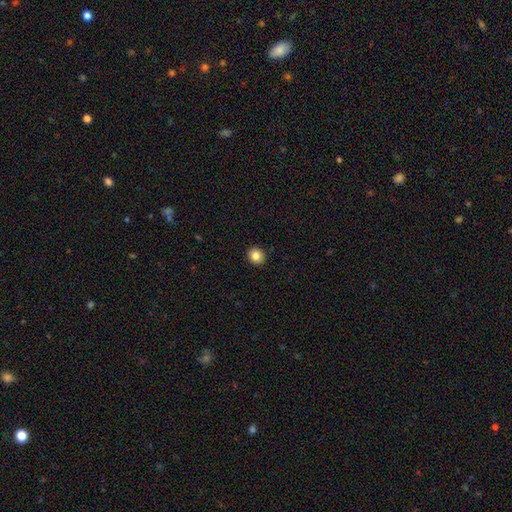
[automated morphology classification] Smooth or featured: smooth — 84% (star or artifact — 10%)
How rounded: round — 79% (in between — 20%)
Merging: none — 92% (minor disturbance — 5%)